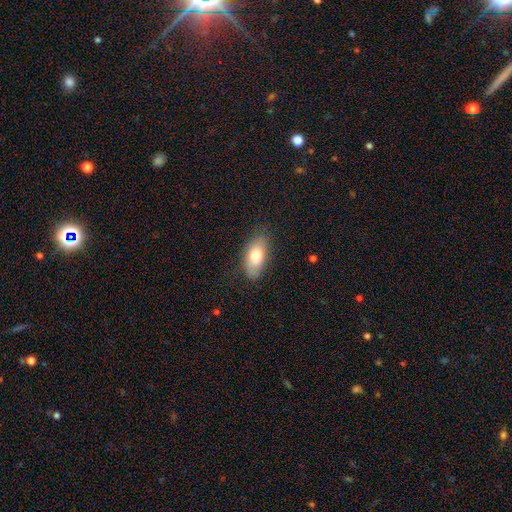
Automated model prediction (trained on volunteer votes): A smooth galaxy with no disk features (76%) that is in between round and cigar-shaped (87%). Merging: none (78%).